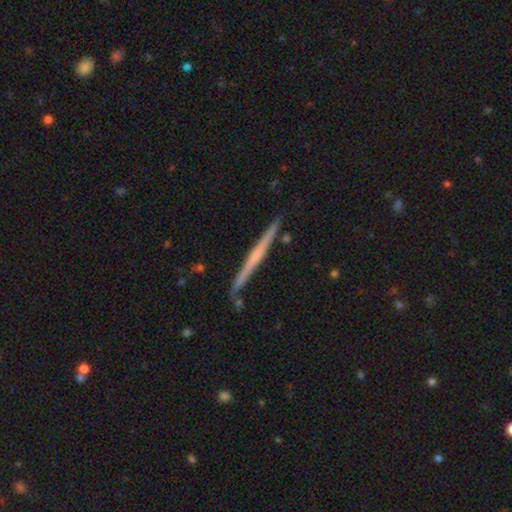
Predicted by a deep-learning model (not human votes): Smooth or featured: featured or disk — 66% (smooth — 28%)
Edge-on disk: yes — 98% (no — 2%)
Edge-on bulge: none — 62% (rounded — 30%)
Merging: none — 88% (minor disturbance — 9%)